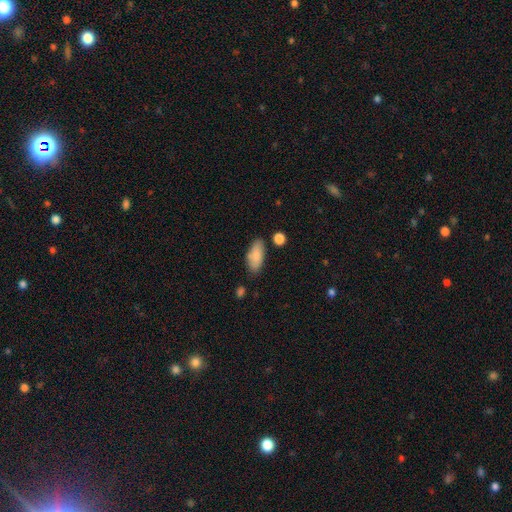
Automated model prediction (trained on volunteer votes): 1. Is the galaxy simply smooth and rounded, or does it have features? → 85% smooth, 8% featured or disk, 6% star or artifact.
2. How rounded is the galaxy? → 86% in between, 11% cigar-shaped, 2% round.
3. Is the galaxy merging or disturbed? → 76% none, 16% minor disturbance, 4% merger, 4% major disturbance.